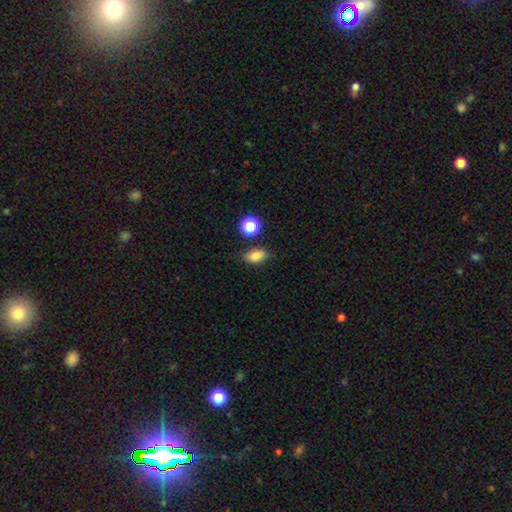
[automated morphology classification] Overall: smooth (83%). How rounded: in between (85%). Merging: none (81%).